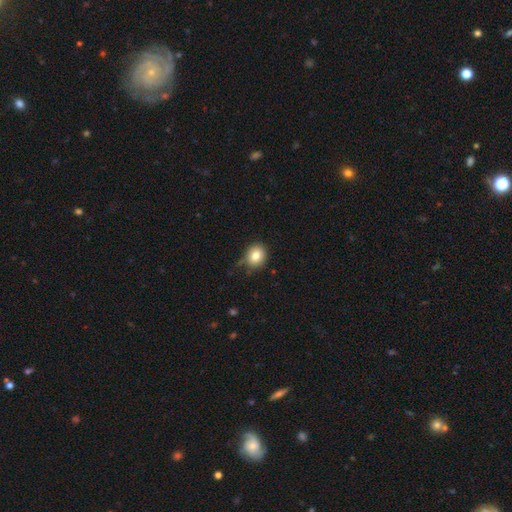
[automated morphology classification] Q: Smooth or featured?
A: smooth (81%); runner-up: star or artifact (11%)
Q: How rounded?
A: round (75%); runner-up: in between (25%)
Q: Merging?
A: none (70%); runner-up: minor disturbance (22%)